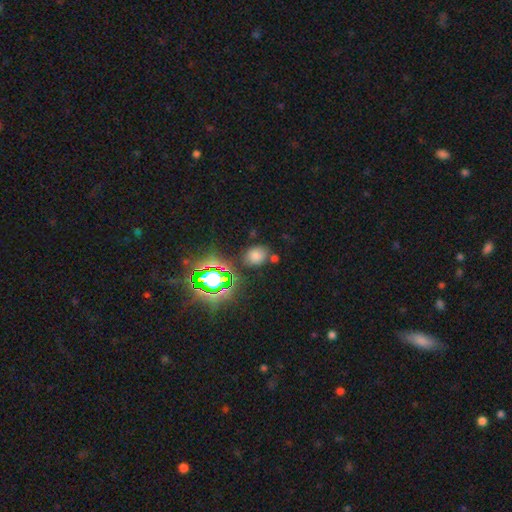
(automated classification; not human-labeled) This is likely a smooth galaxy (66%). How rounded: possibly in between (56%). Merging: likely none (75%).